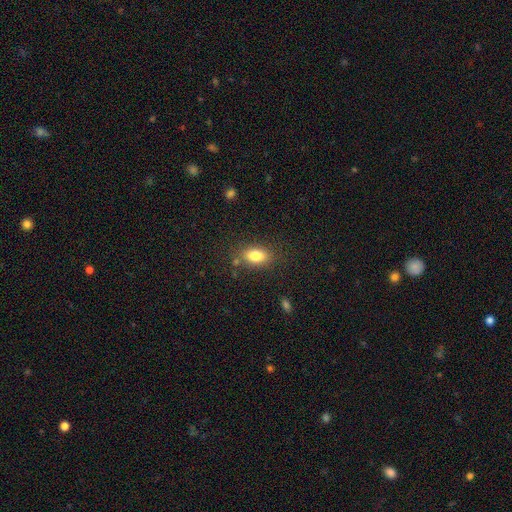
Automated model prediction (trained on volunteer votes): smooth_or_featured: smooth (p=0.82) [alt: featured or disk p=0.09]
how_rounded: in between (p=0.87) [alt: round p=0.09]
merging: none (p=0.80) [alt: minor disturbance p=0.13]